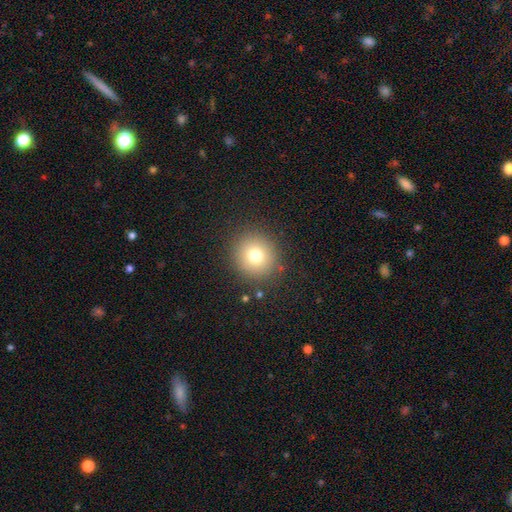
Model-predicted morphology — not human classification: Overall: smooth (75%). How rounded: round (92%). Merging: none (90%).